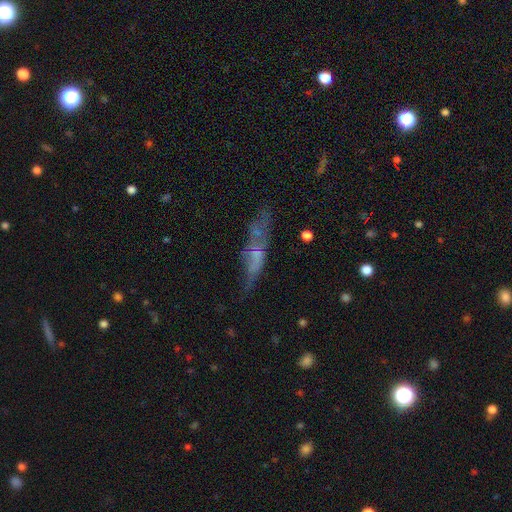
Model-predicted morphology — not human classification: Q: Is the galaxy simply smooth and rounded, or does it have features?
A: featured or disk — 45%.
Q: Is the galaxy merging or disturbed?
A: none — 54%.